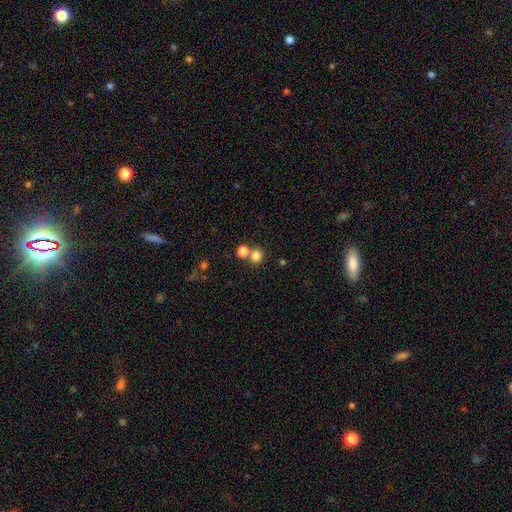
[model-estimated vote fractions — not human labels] The model was most divided on "merging": none: 63%, merger: 27%, minor disturbance: 6%, major disturbance: 3%. More confident: how rounded — round (88%); smooth or featured — smooth (80%).